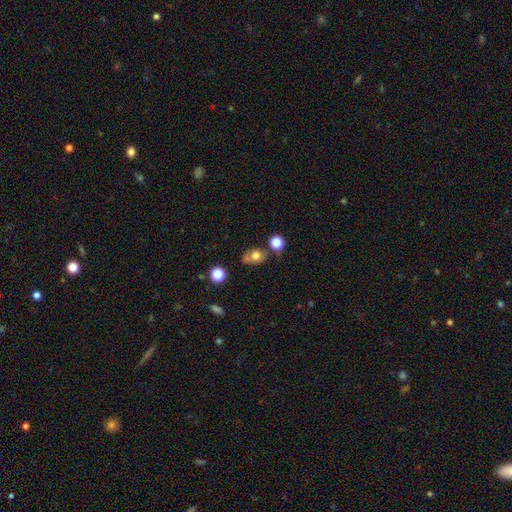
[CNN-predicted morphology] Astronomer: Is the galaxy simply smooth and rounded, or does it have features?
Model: smooth — 72%.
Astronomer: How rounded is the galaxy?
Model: in between — 51% (runner-up: round, 47%).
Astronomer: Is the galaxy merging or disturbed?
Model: none — 55%.